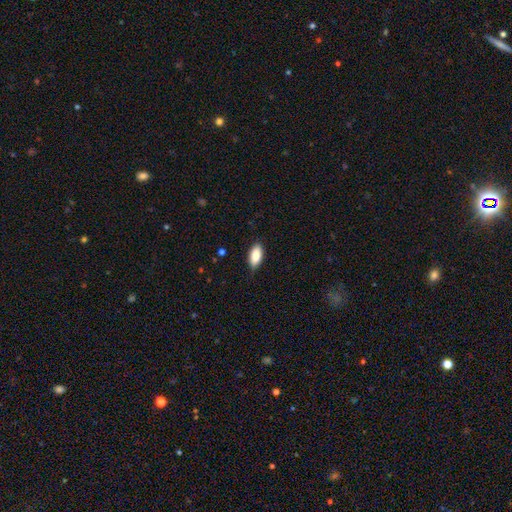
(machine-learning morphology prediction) smooth-or-featured: smooth: 87% | featured or disk: 7% | star or artifact: 6%
  how-rounded: in between: 89% | cigar-shaped: 9% | round: 2%
  merging: none: 82% | minor disturbance: 15% | major disturbance: 2% | merger: 1%